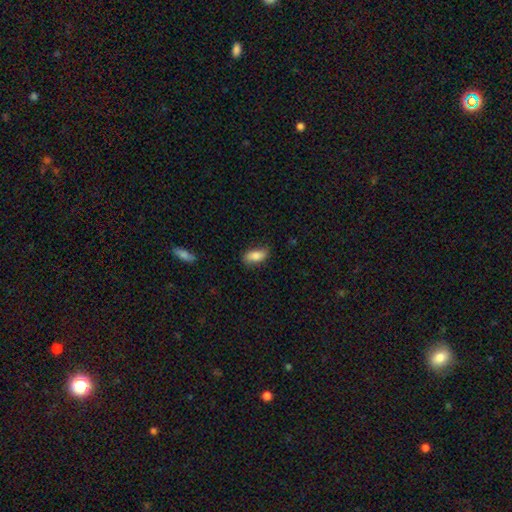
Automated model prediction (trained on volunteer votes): A smooth galaxy with no disk features (81%) that is in between round and cigar-shaped (88%). Merging: none (72%).